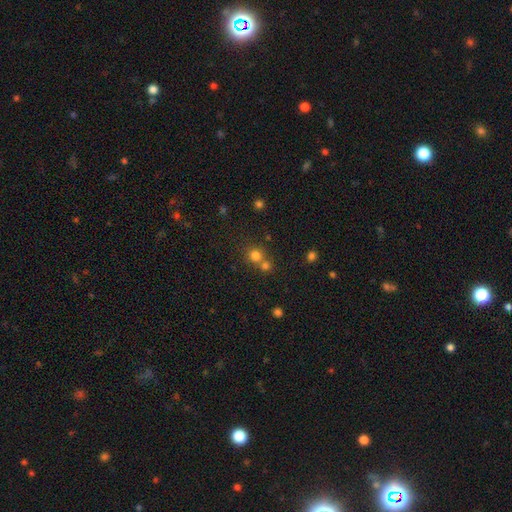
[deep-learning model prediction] Overall: smooth (77%). How rounded: round (90%). Merging: none (55%; merger 37%).